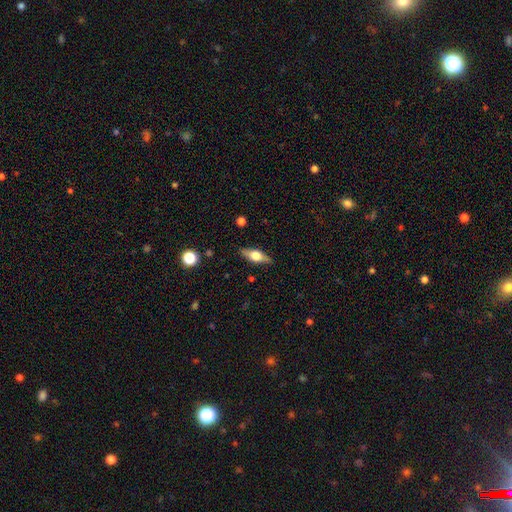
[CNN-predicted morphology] Overall: featured or disk (51%; smooth 42%). Edge-on disk: yes (91%). Merging: none (86%).